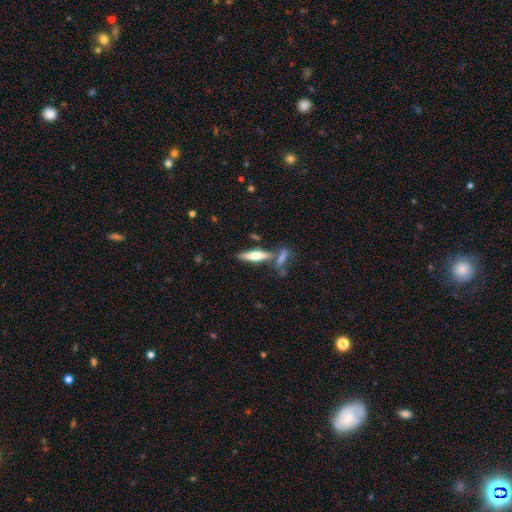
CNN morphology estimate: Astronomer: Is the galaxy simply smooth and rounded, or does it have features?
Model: smooth — 50% (runner-up: featured or disk, 43%).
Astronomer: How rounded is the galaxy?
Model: cigar-shaped — 70%.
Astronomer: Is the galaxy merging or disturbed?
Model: none — 65%.